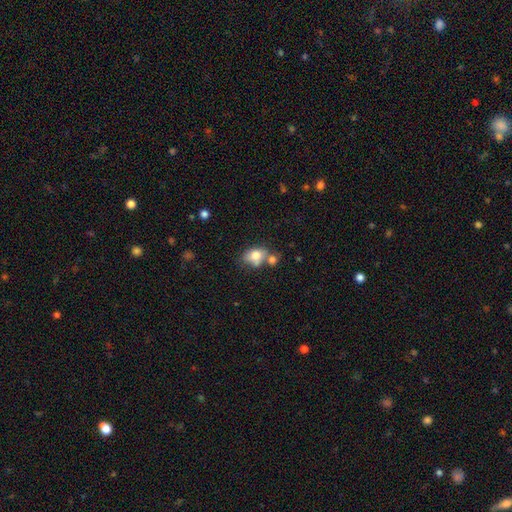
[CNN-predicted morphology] smooth 74%, featured or disk 17%, star or artifact 9%. Down the decision tree: how rounded — in between (72%); merging — merger (38%, tied with none).